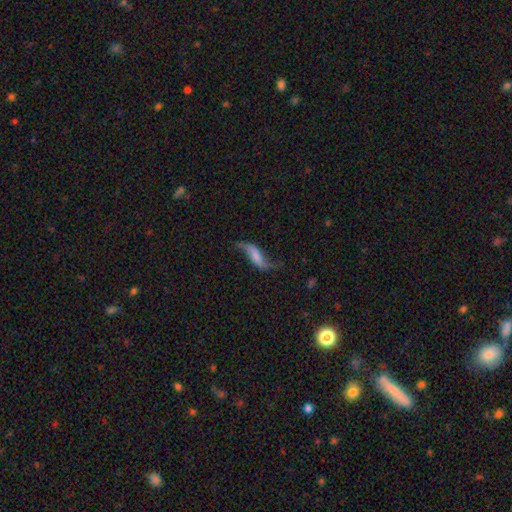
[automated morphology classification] Smooth or featured? featured or disk (72%)
Edge-on disk? no (88%)
Bar? no (41%)
Spiral arms? yes (91%)
Spiral winding? loose (93%)
Spiral arm count? 2 (91%)
Bulge size? none (42%)
Merging? none (63%)